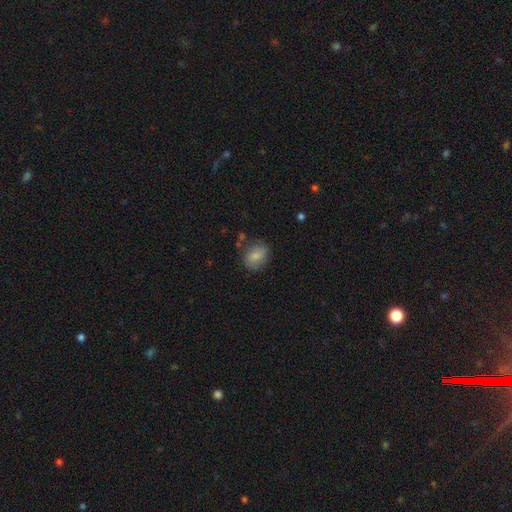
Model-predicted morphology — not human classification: smooth-or-featured: smooth: 80% | featured or disk: 12% | star or artifact: 8%
  how-rounded: in between: 52% | round: 47% | cigar-shaped: 1%
  merging: none: 76% | minor disturbance: 16% | major disturbance: 4% | merger: 3%